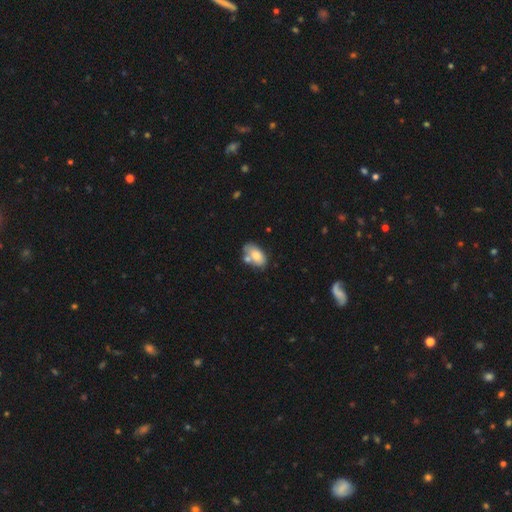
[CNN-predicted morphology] A smooth galaxy with no disk features (75%) that is in between round and cigar-shaped (92%). Merging: none (49%).